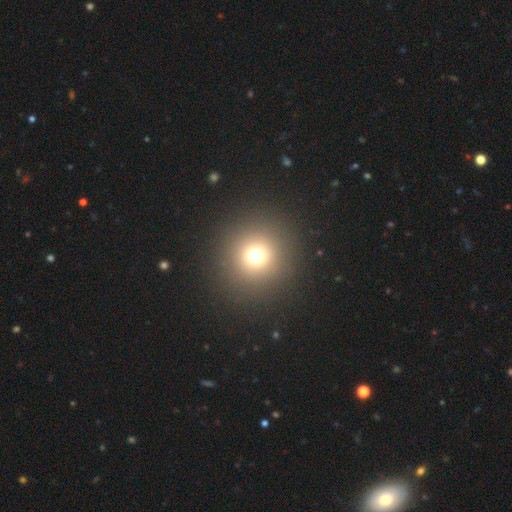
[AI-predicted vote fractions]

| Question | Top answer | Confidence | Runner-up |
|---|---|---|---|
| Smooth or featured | smooth | 69% | star or artifact (23%) |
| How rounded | round | 95% | in between (4%) |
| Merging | none | 90% | minor disturbance (5%) |